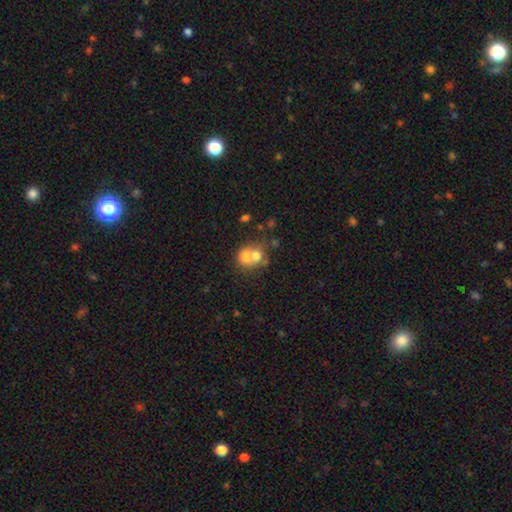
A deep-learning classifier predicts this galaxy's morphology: A smooth galaxy with no disk features (67%) that is round (73%). Merging: merger (64%).